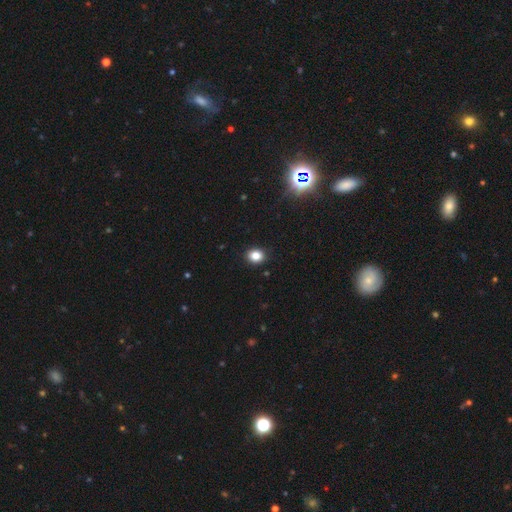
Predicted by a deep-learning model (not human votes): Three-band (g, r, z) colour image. It shows a smooth galaxy with no disk features (83%) that is round (62%). Merging: none (90%).